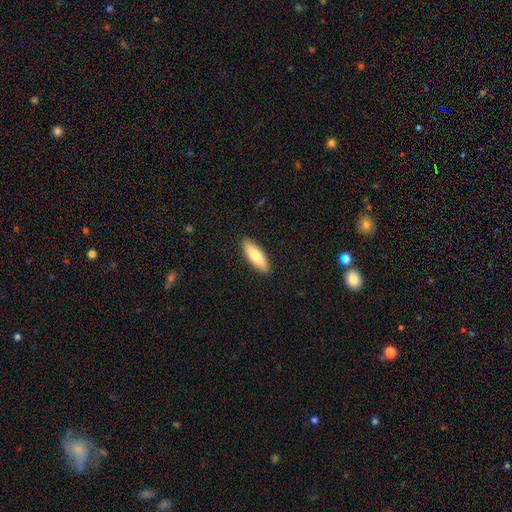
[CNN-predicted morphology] Smooth or featured: smooth — 76% (featured or disk — 19%)
How rounded: in between — 55% (cigar-shaped — 43%)
Merging: none — 90% (minor disturbance — 8%)